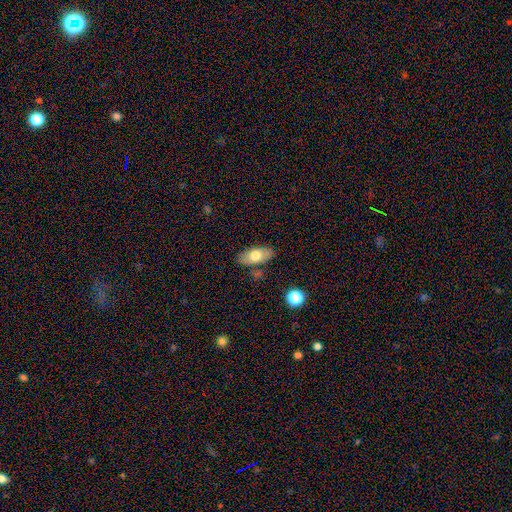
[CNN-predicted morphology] Q: Smooth or featured?
A: smooth (67%); runner-up: featured or disk (26%)
Q: How rounded?
A: in between (89%); runner-up: cigar-shaped (7%)
Q: Merging?
A: none (79%); runner-up: minor disturbance (13%)